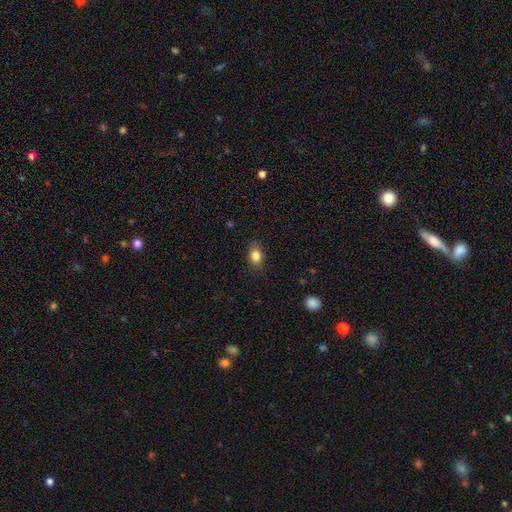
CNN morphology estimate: Smooth or featured? smooth (84%)
How rounded? in between (75%)
Merging? none (83%)